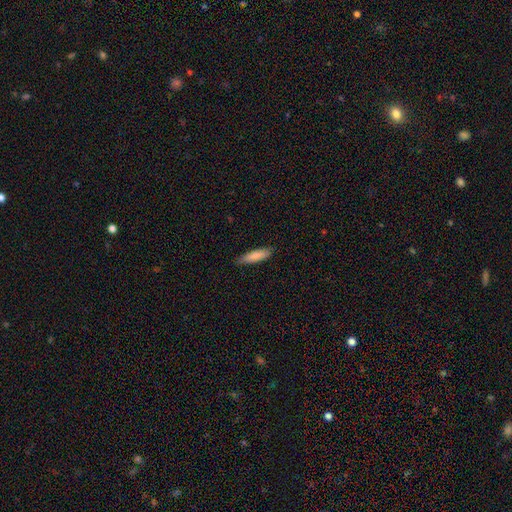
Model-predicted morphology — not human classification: smooth-or-featured: smooth: 82% | featured or disk: 12% | star or artifact: 6%
  how-rounded: cigar-shaped: 68% | in between: 30% | round: 1%
  merging: none: 83% | minor disturbance: 14% | major disturbance: 2% | merger: 1%